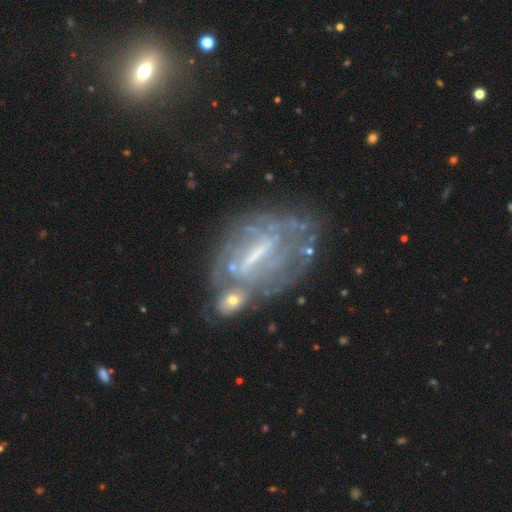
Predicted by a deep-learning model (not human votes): Overall: featured or disk (76%). Edge-on disk: no (92%). Bar: strong (49%; weak 36%). Spiral arms: yes (58%; no 42%). Bulge size: small (36%; none 32%). Merging: none (42%; merger 21%).